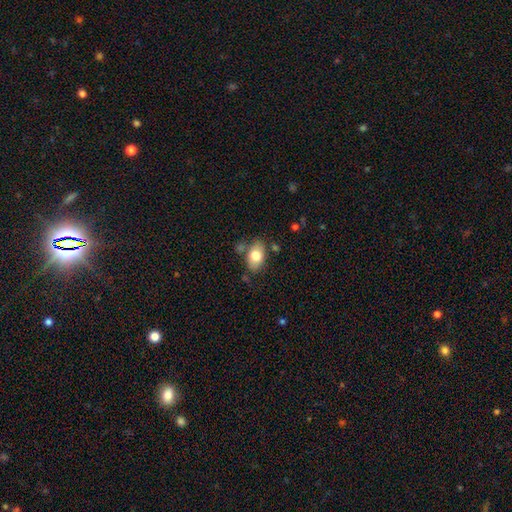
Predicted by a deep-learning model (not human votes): smooth 77%, featured or disk 15%, star or artifact 7%. Down the decision tree: how rounded — in between (87%); merging — none (72%).